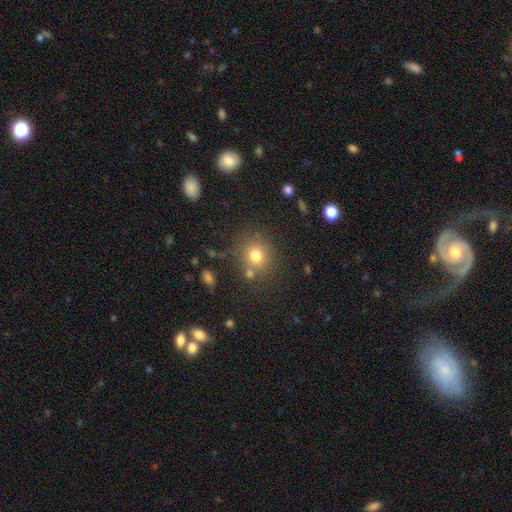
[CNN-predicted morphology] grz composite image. It shows a smooth galaxy with no disk features (76%) that is round (83%). Merging: none (74%).